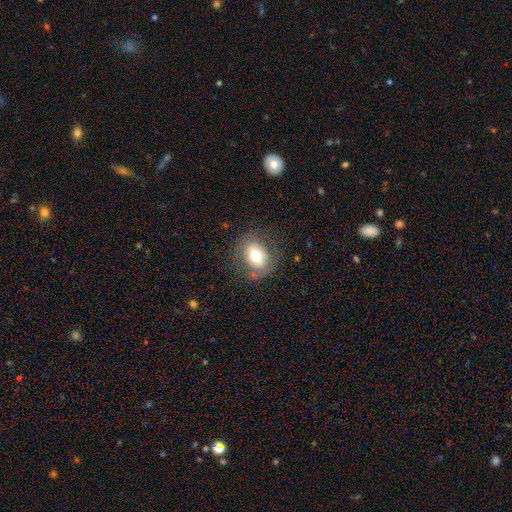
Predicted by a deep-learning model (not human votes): Smooth or featured: smooth — 61% (featured or disk — 29%)
How rounded: in between — 52% (round — 47%)
Merging: none — 75% (minor disturbance — 16%)